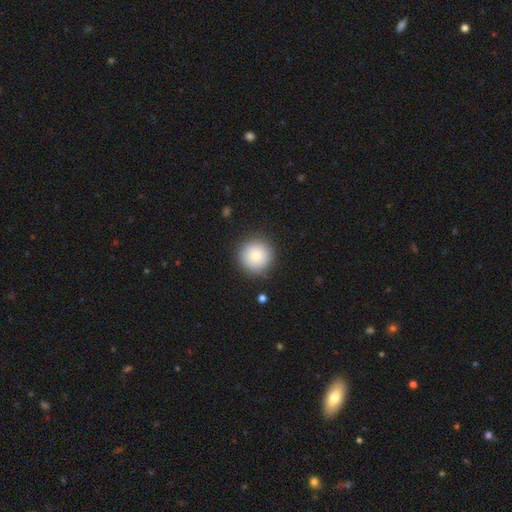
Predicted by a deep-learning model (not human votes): Smooth or featured? Predicted: smooth (p=0.81). How rounded? Predicted: round (p=0.96). Merging? Predicted: none (p=0.86).